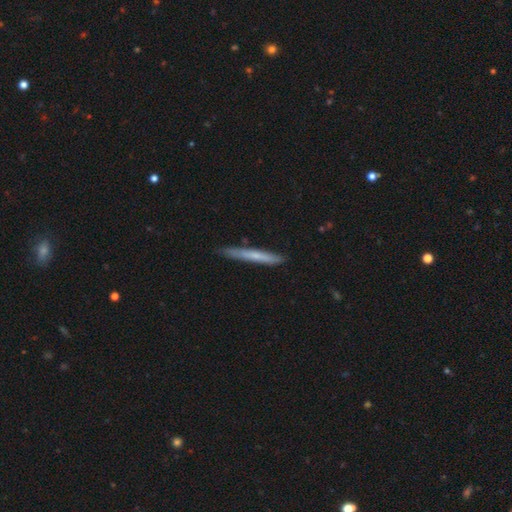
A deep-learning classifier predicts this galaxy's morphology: Smooth or featured? smooth (58%)
How rounded? cigar-shaped (96%)
Merging? none (83%)